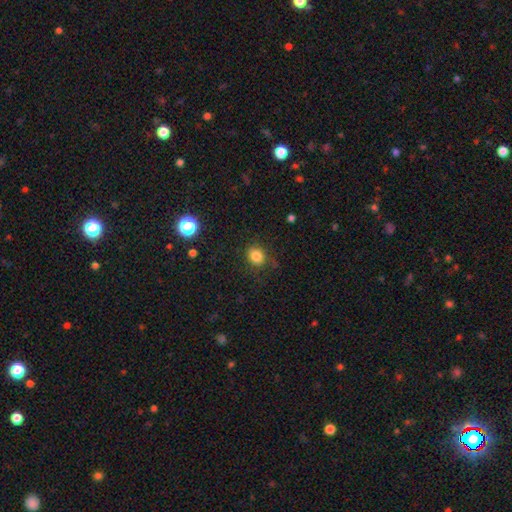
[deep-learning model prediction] Smooth or featured: smooth — 82% (star or artifact — 12%)
How rounded: round — 67% (in between — 32%)
Merging: none — 78% (minor disturbance — 15%)